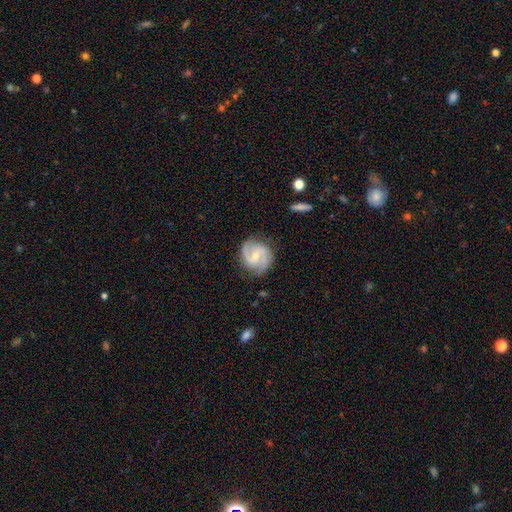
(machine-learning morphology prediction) Q: Smooth or featured?
A: featured or disk (86%); runner-up: smooth (10%)
Q: Edge-on disk?
A: no (98%); runner-up: yes (2%)
Q: Bar?
A: weak (53%); runner-up: no (33%)
Q: Spiral arms?
A: yes (97%); runner-up: no (3%)
Q: Spiral winding?
A: medium (54%); runner-up: tight (30%)
Q: Spiral arm count?
A: 2 (87%); runner-up: 3 (5%)
Q: Bulge size?
A: small (57%); runner-up: moderate (36%)
Q: Merging?
A: none (79%); runner-up: minor disturbance (15%)